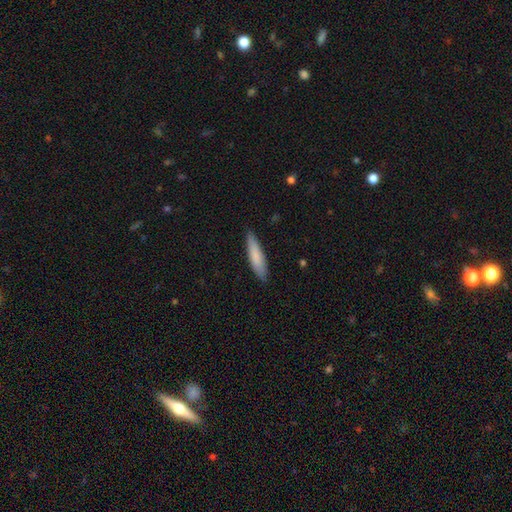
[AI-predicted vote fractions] Overall: smooth (82%). How rounded: cigar-shaped (80%). Merging: none (86%).